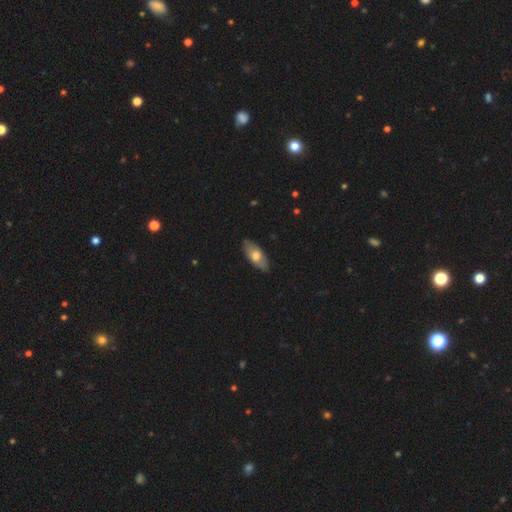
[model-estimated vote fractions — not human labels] smooth 61%, featured or disk 33%, star or artifact 5%. Down the decision tree: how rounded — in between (83%); merging — none (85%).